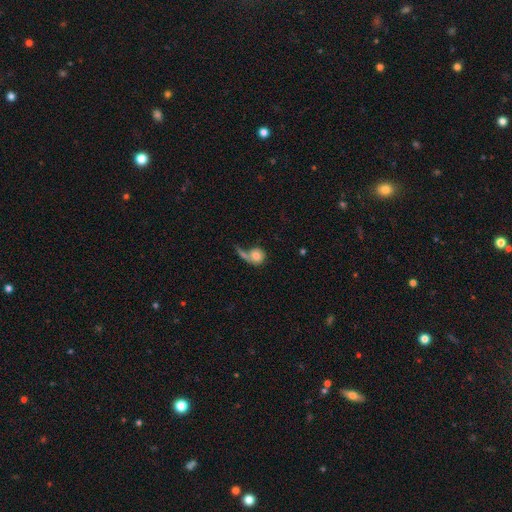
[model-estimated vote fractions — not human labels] Smooth or featured: smooth — 59% (featured or disk — 33%)
How rounded: round — 79% (in between — 19%)
Merging: major disturbance — 34% (none — 29%)